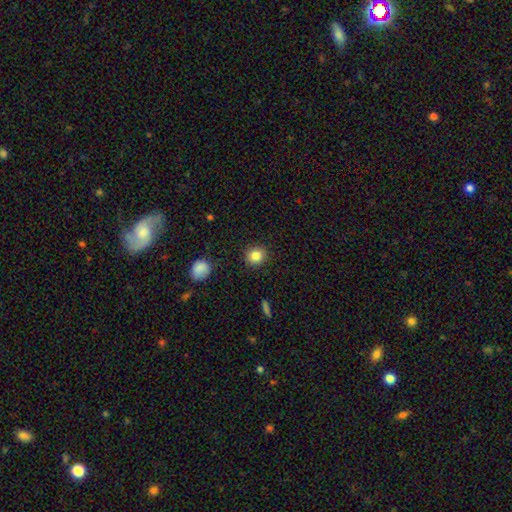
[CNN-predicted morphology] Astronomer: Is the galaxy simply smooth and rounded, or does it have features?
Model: smooth — 85%.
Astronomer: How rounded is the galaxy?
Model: round — 85%.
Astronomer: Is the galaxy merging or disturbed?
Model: none — 90%.